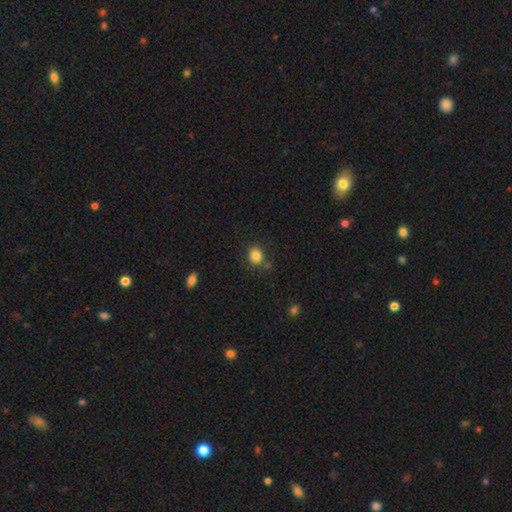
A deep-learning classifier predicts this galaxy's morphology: A smooth galaxy with no disk features (84%) that is round (69%). Merging: none (75%).